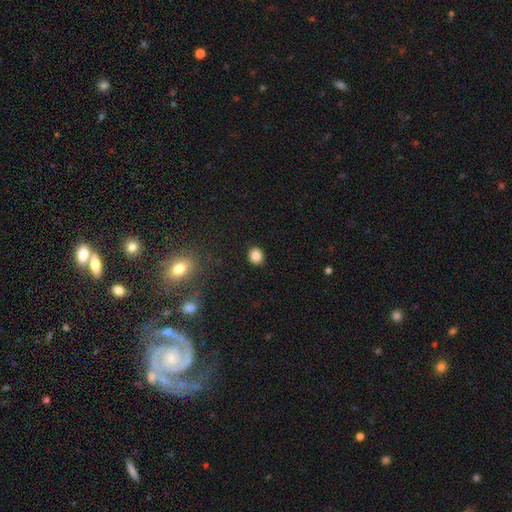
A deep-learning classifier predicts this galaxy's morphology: Smooth or featured? Predicted: smooth (p=0.85). How rounded? Predicted: round (p=0.67). Merging? Predicted: none (p=0.90).